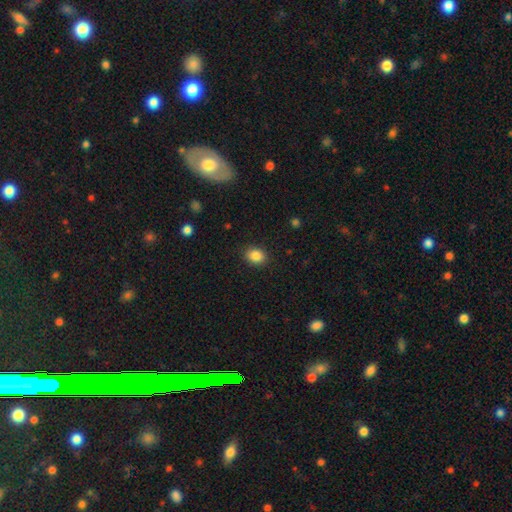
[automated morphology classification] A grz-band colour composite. It shows a smooth galaxy with no disk features (87%) that is in between round and cigar-shaped (53%). Merging: none (89%).